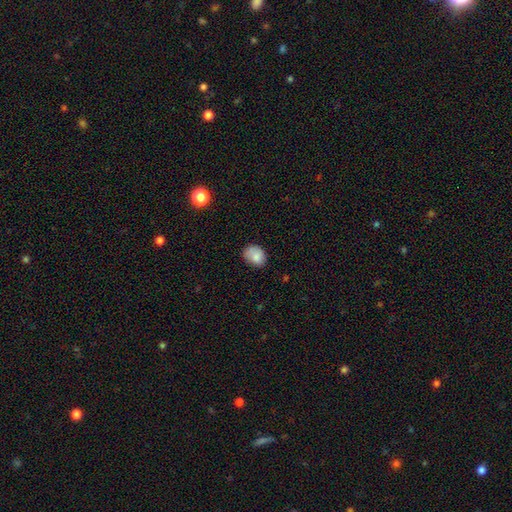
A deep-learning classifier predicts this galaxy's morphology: Q: Smooth or featured?
A: smooth (82%); runner-up: featured or disk (10%)
Q: How rounded?
A: in between (63%); runner-up: round (36%)
Q: Merging?
A: none (63%); runner-up: minor disturbance (27%)